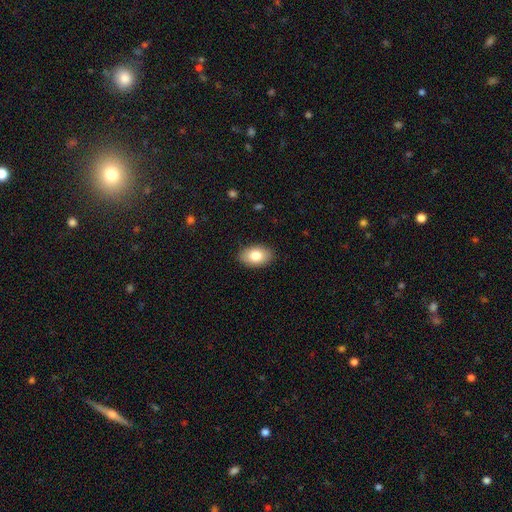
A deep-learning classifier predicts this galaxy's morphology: This is clearly a smooth galaxy (81%). How rounded: clearly in between (90%). Merging: clearly none (88%).